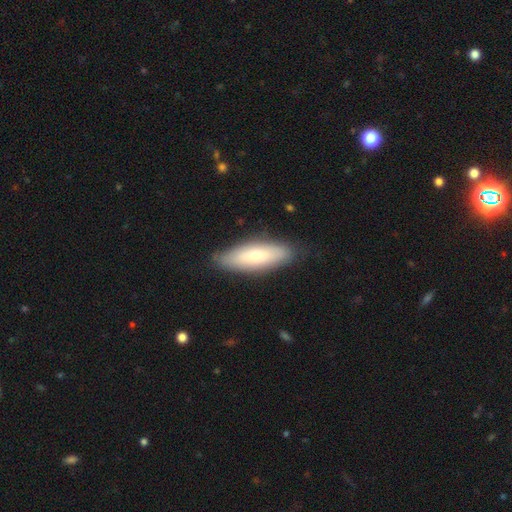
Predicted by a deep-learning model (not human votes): smooth 71%, featured or disk 24%, star or artifact 6%. Down the decision tree: how rounded — in between (57%); merging — none (81%).